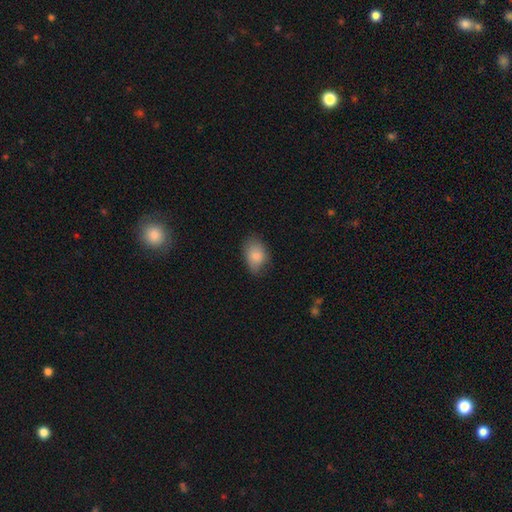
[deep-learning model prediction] This appears to be a smooth galaxy with no disk features (84%) that is in between round and cigar-shaped (83%). Merging: none (69%).